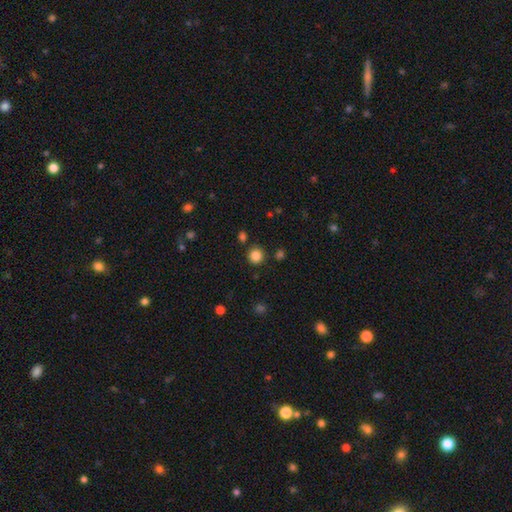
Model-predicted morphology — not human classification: A smooth galaxy with no disk features (84%) that is round (93%). Merging: none (88%).